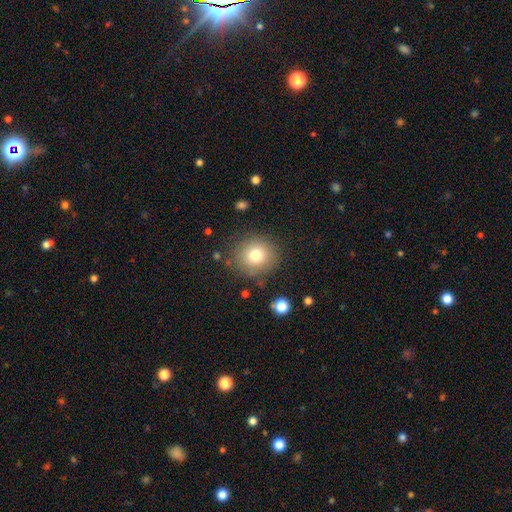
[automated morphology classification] Q: Smooth or featured?
A: smooth (77%); runner-up: star or artifact (12%)
Q: How rounded?
A: round (87%); runner-up: in between (12%)
Q: Merging?
A: none (83%); runner-up: minor disturbance (10%)